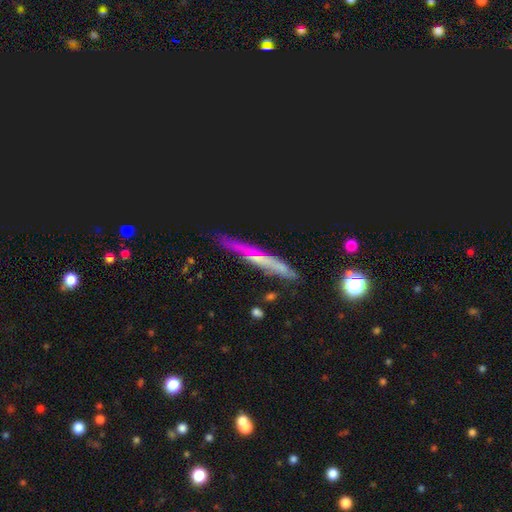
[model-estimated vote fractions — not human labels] Overall: featured or disk (47%; smooth 31%). Merging: none (73%).